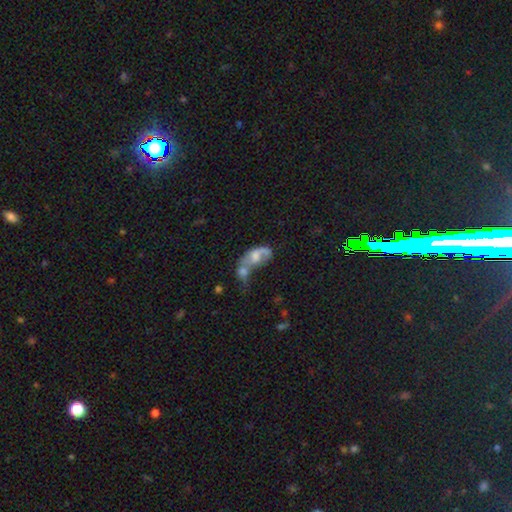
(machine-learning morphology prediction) This appears to be a smooth galaxy with no disk features (47%). Merging: merger (63%).